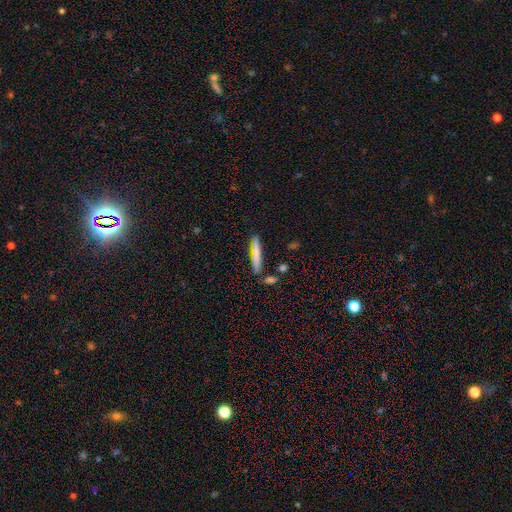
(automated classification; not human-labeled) smooth_or_featured: smooth (p=0.77) [alt: featured or disk p=0.16]
how_rounded: cigar-shaped (p=0.92) [alt: in between p=0.06]
merging: none (p=0.83) [alt: minor disturbance p=0.10]